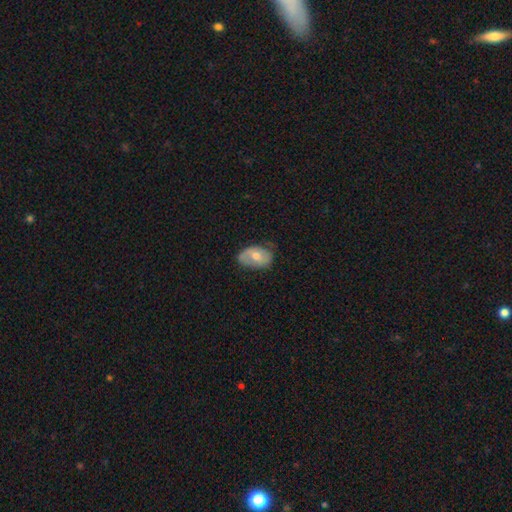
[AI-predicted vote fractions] Q: Smooth or featured?
A: smooth (47%); runner-up: featured or disk (46%)
Q: Merging?
A: none (60%); runner-up: minor disturbance (30%)